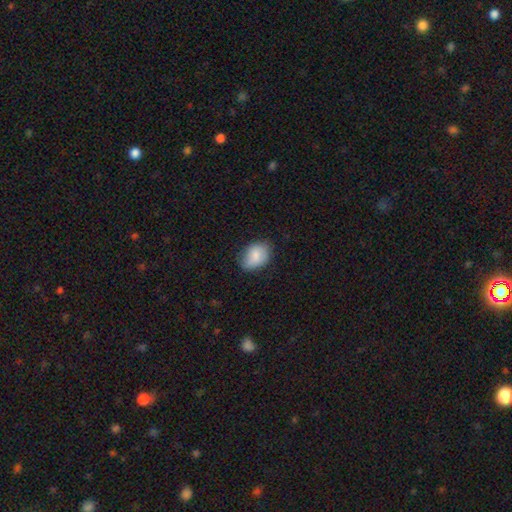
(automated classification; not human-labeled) A smooth galaxy with no disk features (84%) that is in between round and cigar-shaped (74%). Merging: none (73%).